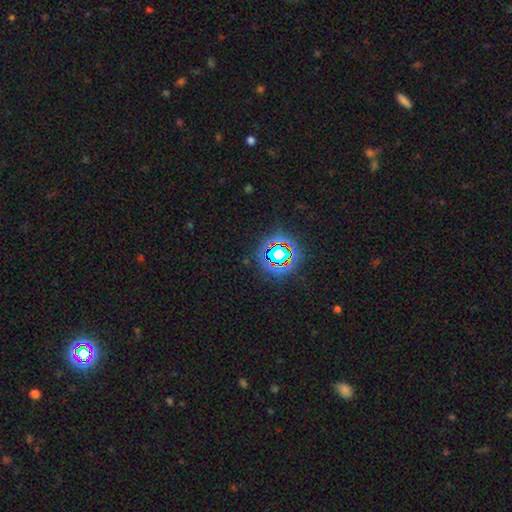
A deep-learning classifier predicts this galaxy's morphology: Q: Smooth or featured?
A: star or artifact (78%); runner-up: smooth (14%)